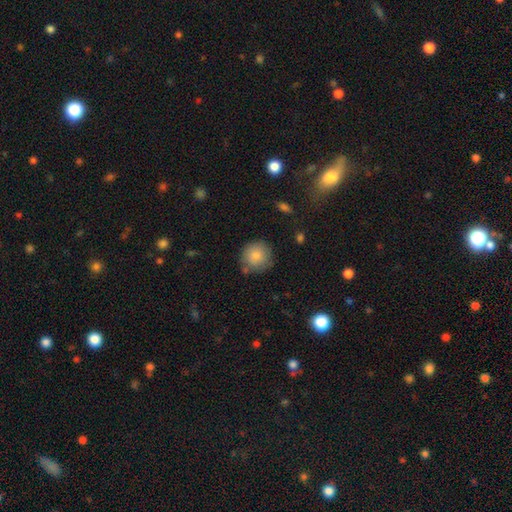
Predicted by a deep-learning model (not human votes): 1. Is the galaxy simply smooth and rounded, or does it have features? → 85% smooth, 8% star or artifact, 8% featured or disk.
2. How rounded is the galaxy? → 94% round, 5% in between, 1% cigar-shaped.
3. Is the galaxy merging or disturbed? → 79% none, 13% minor disturbance, 5% merger, 3% major disturbance.